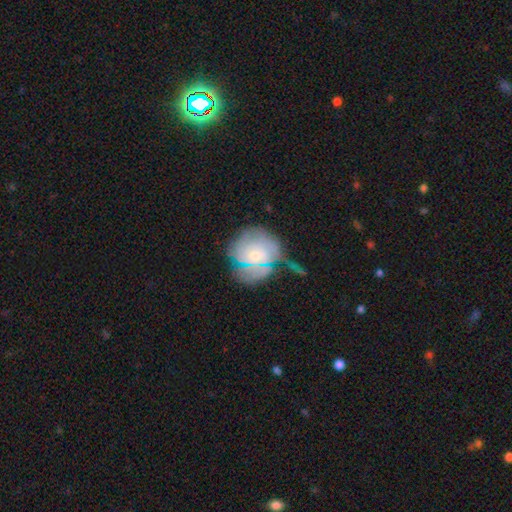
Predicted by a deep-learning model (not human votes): featured or disk 57%, smooth 34%, star or artifact 9%. Down the decision tree: edge-on disk — no (96%); bar — no (80%); spiral arms — yes (76%); bulge size — small (67%); merging — none (48%).